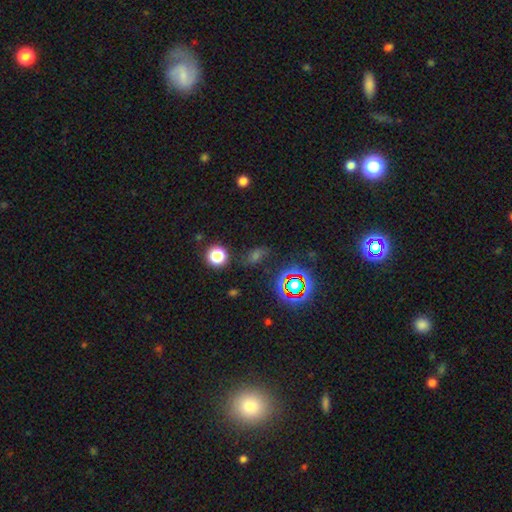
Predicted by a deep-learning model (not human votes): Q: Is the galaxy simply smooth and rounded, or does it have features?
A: star or artifact — 47%.